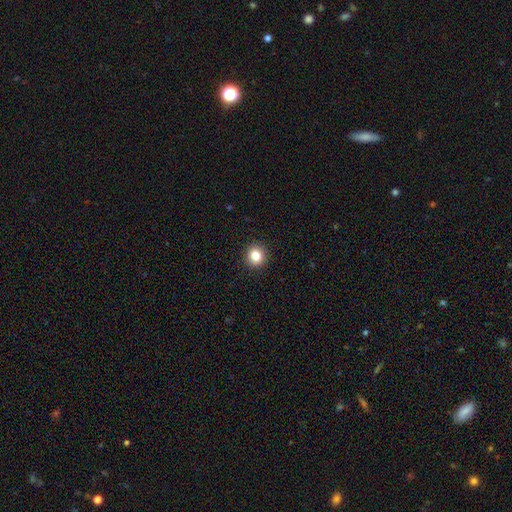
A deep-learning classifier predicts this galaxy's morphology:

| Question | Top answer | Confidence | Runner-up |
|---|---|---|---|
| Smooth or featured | smooth | 83% | star or artifact (11%) |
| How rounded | round | 89% | in between (10%) |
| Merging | none | 93% | minor disturbance (5%) |